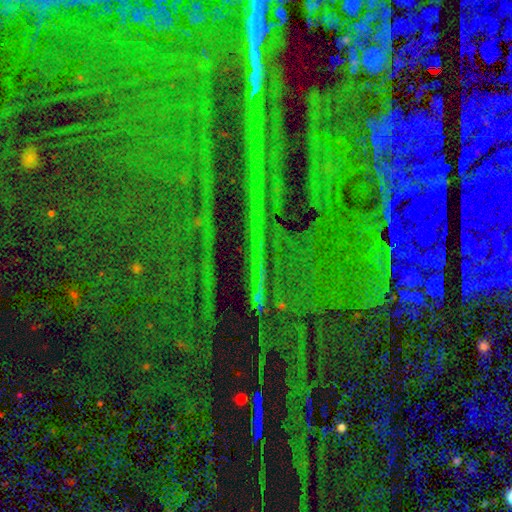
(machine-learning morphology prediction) Overall: star or artifact (85%).